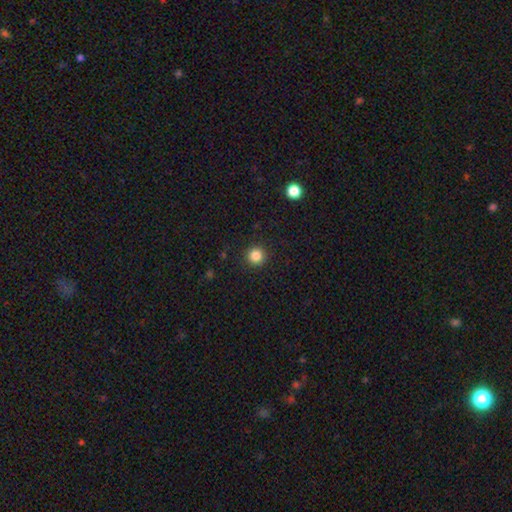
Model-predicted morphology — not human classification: smooth 85%, star or artifact 11%, featured or disk 4%. Down the decision tree: how rounded — round (95%); merging — none (92%).